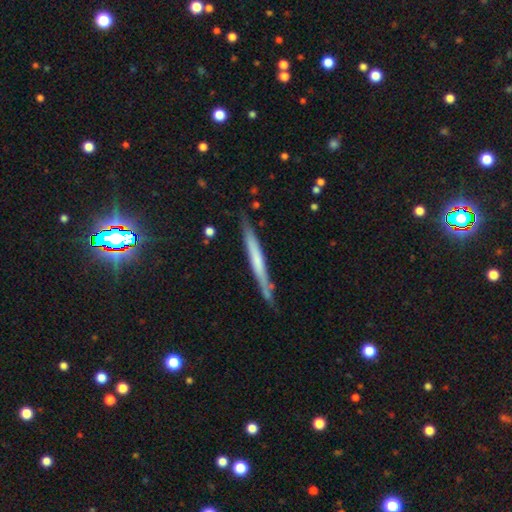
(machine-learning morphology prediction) This is possibly a featured or disk galaxy (50%). Merging: clearly none (81%).